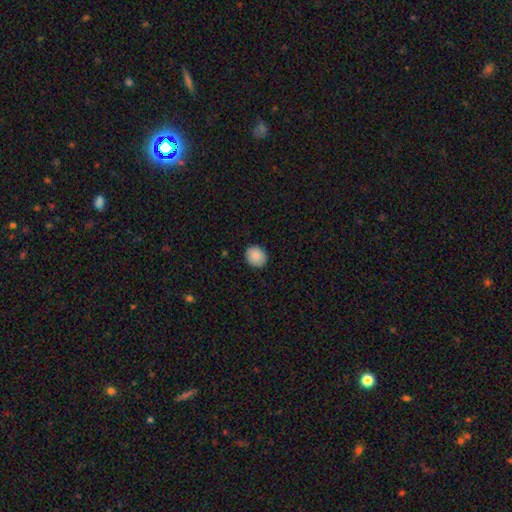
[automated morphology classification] smooth 88%, star or artifact 7%, featured or disk 4%. Down the decision tree: how rounded — round (71%); merging — none (90%).